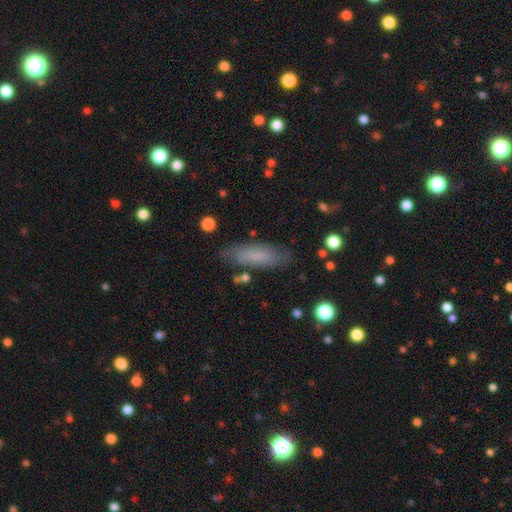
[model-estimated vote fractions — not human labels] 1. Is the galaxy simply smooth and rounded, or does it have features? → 69% smooth, 22% featured or disk, 9% star or artifact.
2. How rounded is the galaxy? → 49% in between (tied), 49% cigar-shaped (tied), 2% round.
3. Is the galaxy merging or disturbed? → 78% none, 15% minor disturbance, 4% major disturbance, 3% merger.